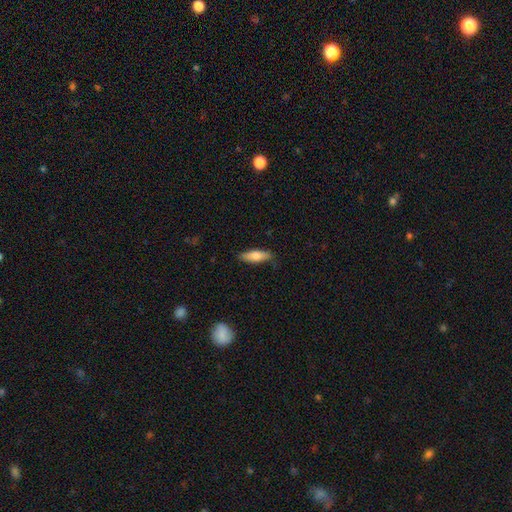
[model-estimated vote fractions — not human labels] smooth_or_featured: smooth (p=0.77) [alt: featured or disk p=0.17]
how_rounded: in between (p=0.54) [alt: cigar-shaped p=0.44]
merging: none (p=0.82) [alt: minor disturbance p=0.15]